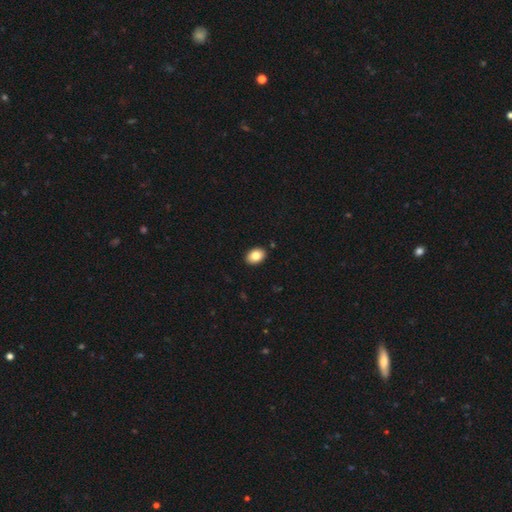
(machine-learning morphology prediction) This is clearly a smooth galaxy (82%). How rounded: clearly in between (81%). Merging: clearly none (91%).